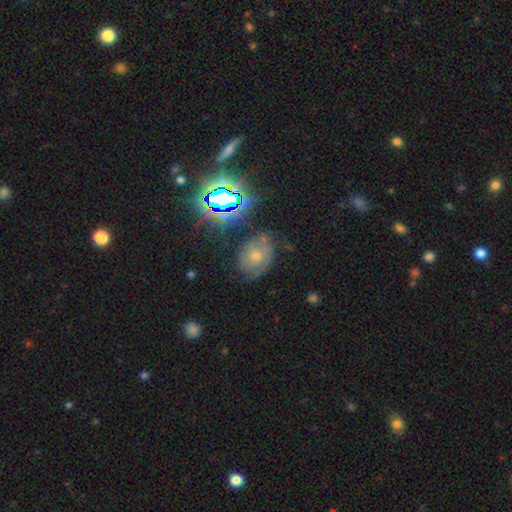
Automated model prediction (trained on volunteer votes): The model was most divided on "smooth or featured": featured or disk: 43%, star or artifact: 31%, smooth: 26%. More confident: merging — none (66%).